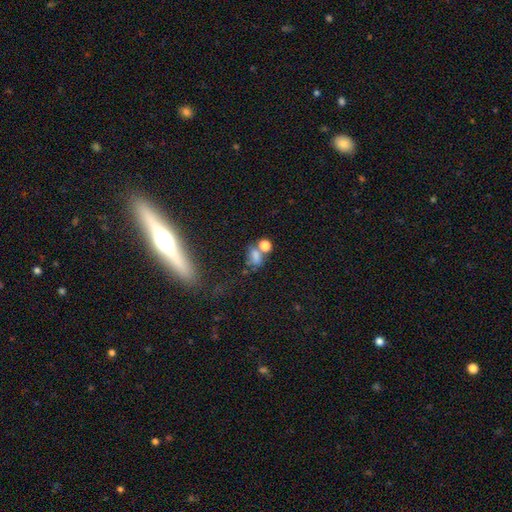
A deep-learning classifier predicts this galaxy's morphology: smooth-or-featured: smooth: 70% | star or artifact: 17% | featured or disk: 13%
  how-rounded: in between: 74% | round: 22% | cigar-shaped: 4%
  merging: merger: 41% | none: 35% | minor disturbance: 14% | major disturbance: 9%